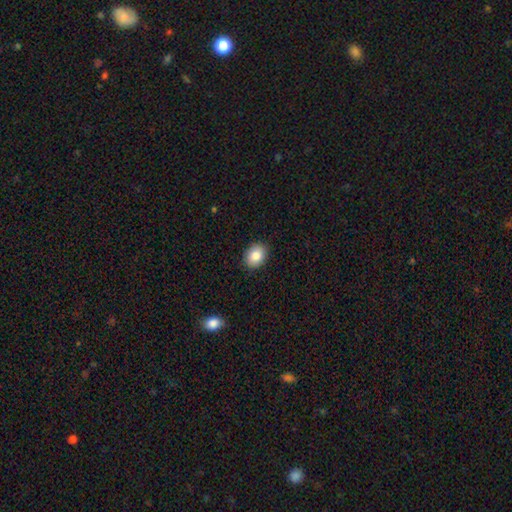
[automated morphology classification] smooth_or_featured: smooth (p=0.84) [alt: star or artifact p=0.08]
how_rounded: in between (p=0.63) [alt: round p=0.36]
merging: none (p=0.90) [alt: minor disturbance p=0.08]